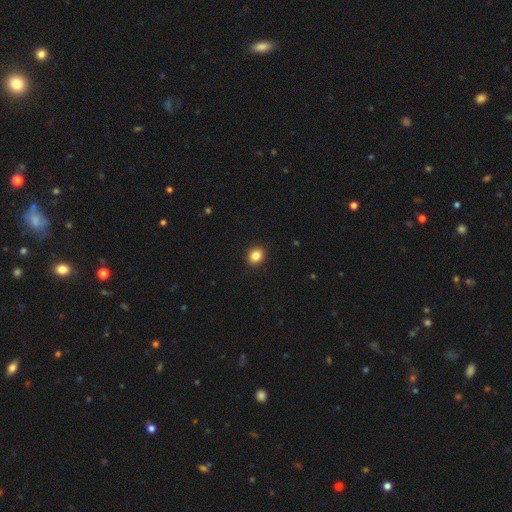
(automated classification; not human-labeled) smooth-or-featured: smooth: 85% | star or artifact: 10% | featured or disk: 5%
  how-rounded: round: 72% | in between: 27% | cigar-shaped: 1%
  merging: none: 92% | minor disturbance: 5% | major disturbance: 2% | merger: 1%